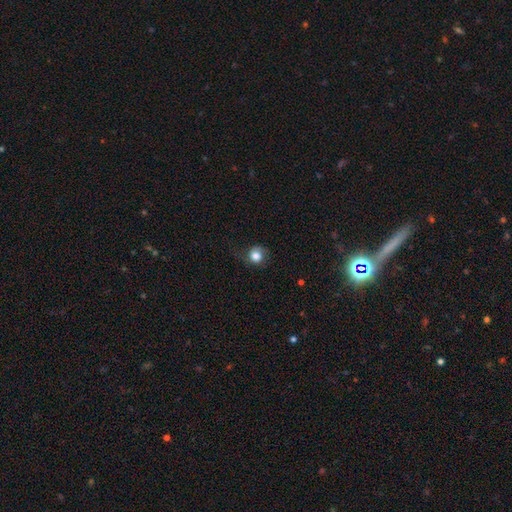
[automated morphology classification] Smooth or featured: smooth — 79% (featured or disk — 12%)
How rounded: round — 84% (in between — 16%)
Merging: none — 62% (minor disturbance — 23%)